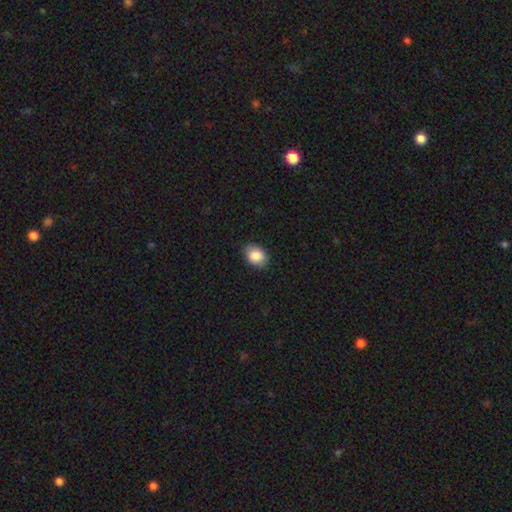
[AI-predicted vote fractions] Smooth or featured?
  - smooth: 87% *
  - star or artifact: 7%
  - featured or disk: 6%
How rounded?
  - in between: 69% *
  - round: 30%
  - cigar-shaped: 1%
Merging?
  - none: 83% *
  - minor disturbance: 14%
  - major disturbance: 3%
  - merger: 1%